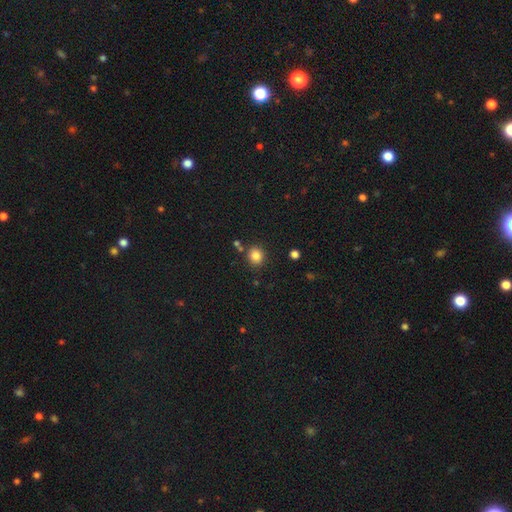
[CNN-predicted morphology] Smooth or featured: smooth — 83% (star or artifact — 12%)
How rounded: round — 82% (in between — 18%)
Merging: none — 83% (minor disturbance — 9%)